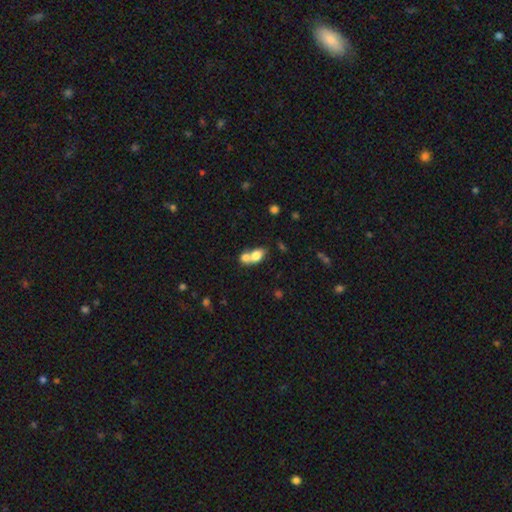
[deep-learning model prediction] The model was most divided on "merging": merger: 67%, none: 23%, minor disturbance: 7%, major disturbance: 4%. More confident: smooth or featured — smooth (76%); how rounded — in between (73%).